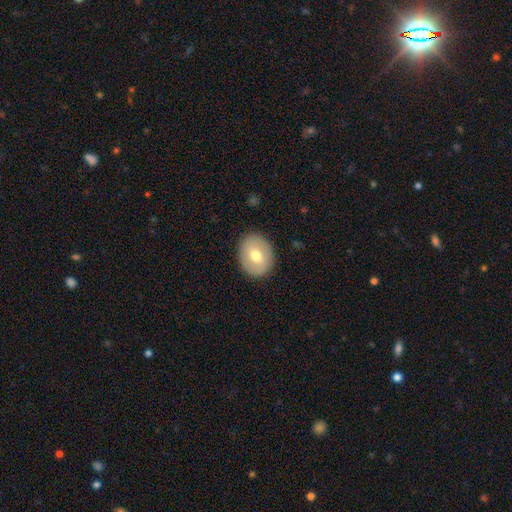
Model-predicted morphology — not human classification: A smooth galaxy with no disk features (62%) that is in between round and cigar-shaped (51%). Merging: none (87%).